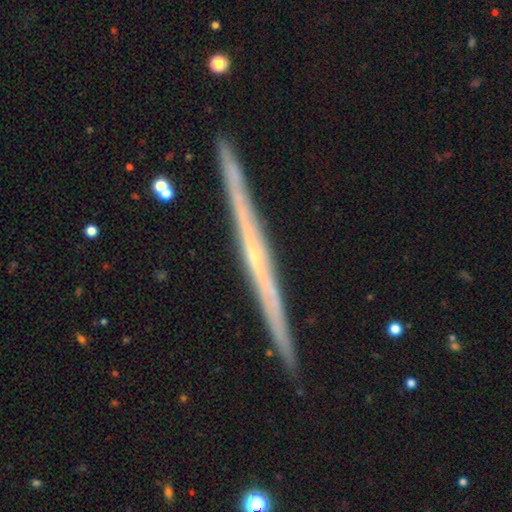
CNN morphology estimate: This appears to be a featured or disk galaxy (77%) viewed edge-on (98%) with no central bulge (69%). Merging: none (92%).